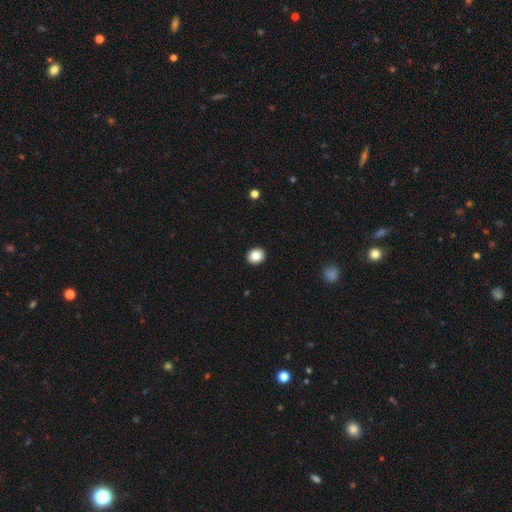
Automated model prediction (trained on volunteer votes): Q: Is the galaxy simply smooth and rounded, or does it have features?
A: smooth — 85%.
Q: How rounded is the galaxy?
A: round — 67%.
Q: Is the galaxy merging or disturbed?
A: none — 92%.